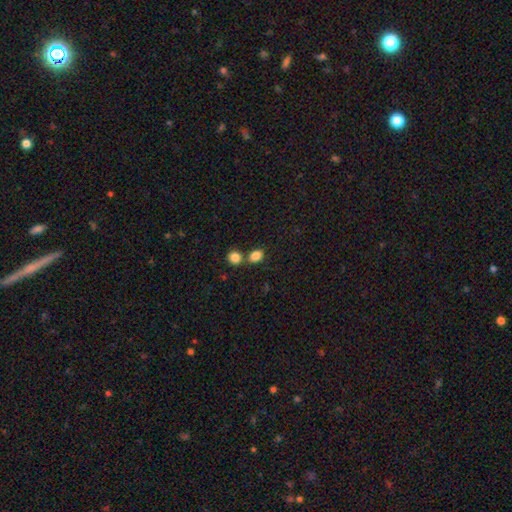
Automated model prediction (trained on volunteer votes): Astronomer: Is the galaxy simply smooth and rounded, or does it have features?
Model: smooth — 85%.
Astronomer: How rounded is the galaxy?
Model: in between — 66%.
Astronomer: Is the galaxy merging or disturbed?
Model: none — 58%.